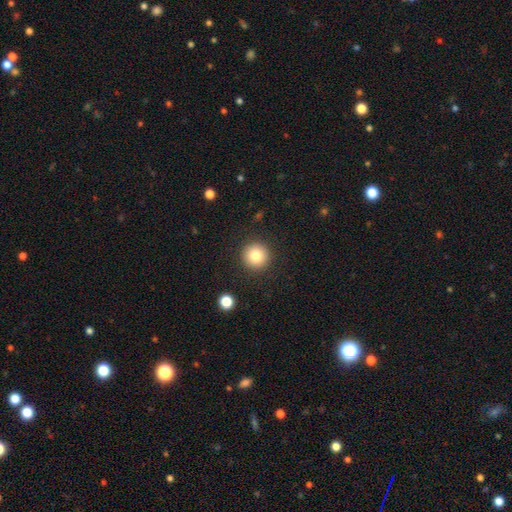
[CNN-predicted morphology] Smooth or featured: smooth — 82% (star or artifact — 10%)
How rounded: round — 95% (in between — 4%)
Merging: none — 91% (minor disturbance — 6%)